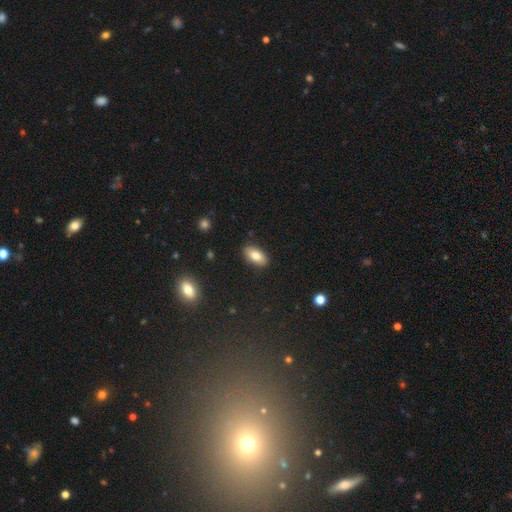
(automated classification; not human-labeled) Smooth or featured: smooth — 81% (featured or disk — 11%)
How rounded: in between — 92% (round — 4%)
Merging: none — 87% (minor disturbance — 9%)